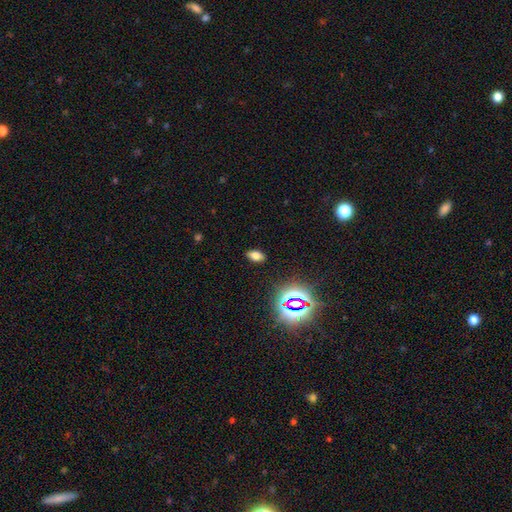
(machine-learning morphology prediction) smooth 67%, star or artifact 23%, featured or disk 10%. Down the decision tree: how rounded — in between (89%); merging — none (88%).